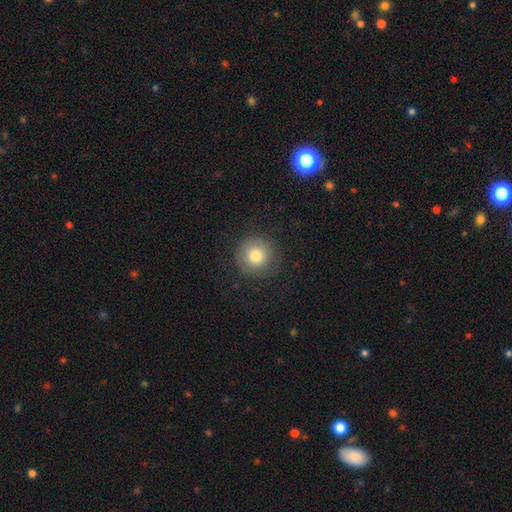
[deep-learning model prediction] This appears to be a smooth galaxy with no disk features (78%) that is round (95%). Merging: none (87%).